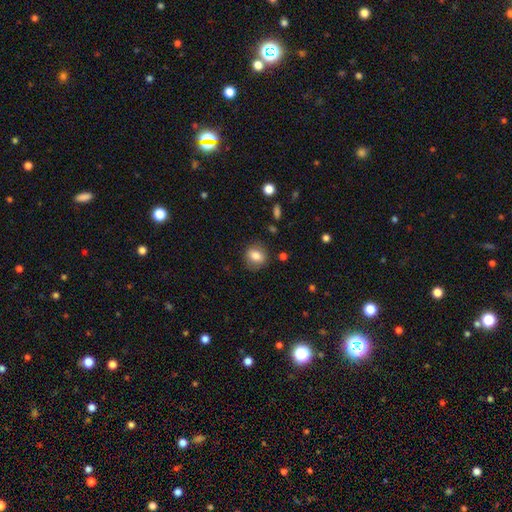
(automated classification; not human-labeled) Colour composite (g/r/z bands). It shows a smooth galaxy with no disk features (78%) that is round (58%). Merging: none (81%).